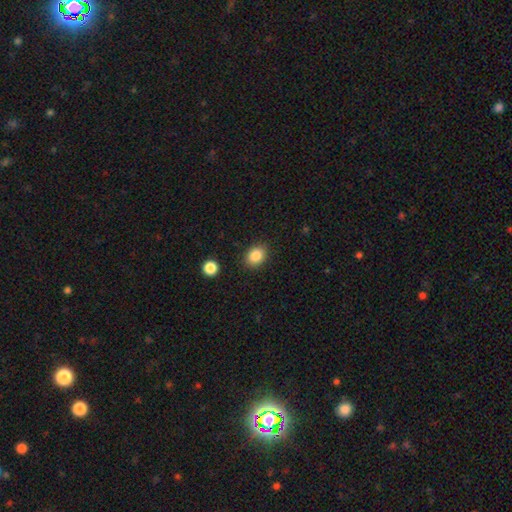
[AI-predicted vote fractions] Morphology: type=smooth (86%); roundness=in between (56%); merging=none (87%).